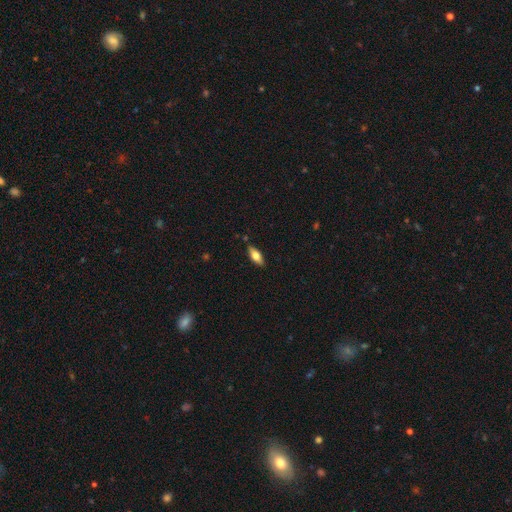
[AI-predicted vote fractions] Overall: smooth (66%; featured or disk 28%). How rounded: in between (76%). Merging: none (86%).